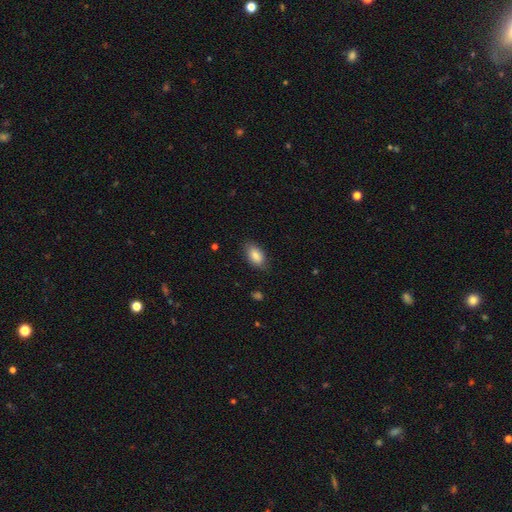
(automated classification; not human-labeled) The model was most divided on "merging": none: 81%, minor disturbance: 15%, major disturbance: 3%, merger: 1%. More confident: how rounded — in between (92%); smooth or featured — smooth (85%).